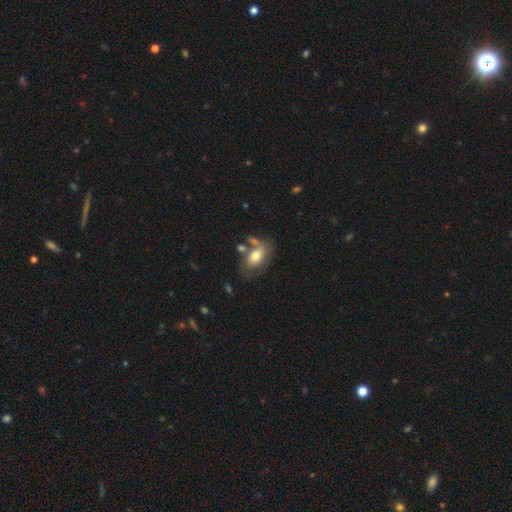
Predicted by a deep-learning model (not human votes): smooth-or-featured: smooth: 69% | featured or disk: 24% | star or artifact: 7%
  how-rounded: in between: 89% | round: 8% | cigar-shaped: 3%
  merging: none: 49% | merger: 21% | minor disturbance: 20% | major disturbance: 11%